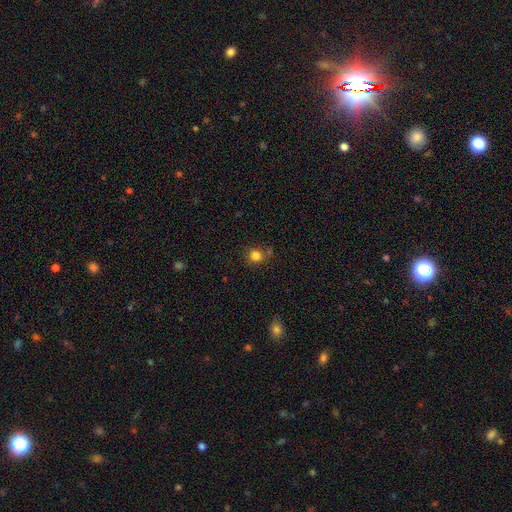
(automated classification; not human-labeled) This appears to be a smooth galaxy with no disk features (82%) that is round (88%). Merging: none (74%).